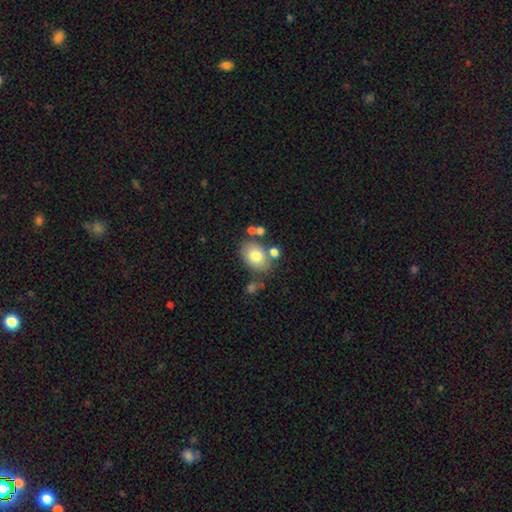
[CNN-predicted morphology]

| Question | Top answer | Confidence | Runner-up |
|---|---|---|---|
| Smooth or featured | smooth | 74% | featured or disk (17%) |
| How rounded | in between | 73% | round (26%) |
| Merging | none | 66% | minor disturbance (16%) |